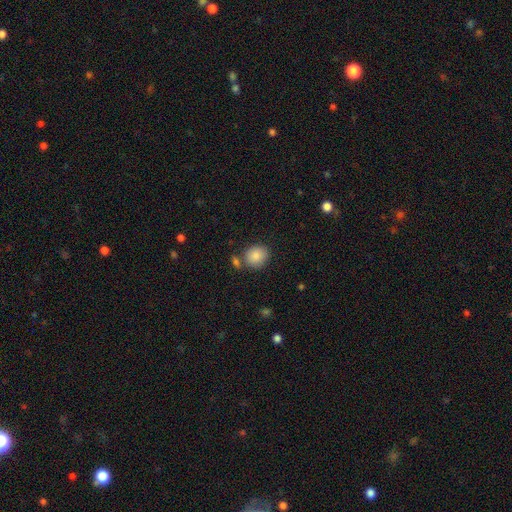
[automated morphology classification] Smooth or featured: smooth — 85% (star or artifact — 9%)
How rounded: round — 77% (in between — 23%)
Merging: none — 72% (merger — 13%)